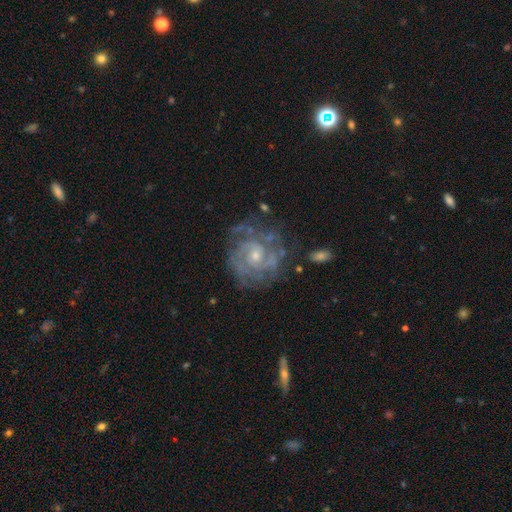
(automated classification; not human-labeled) Smooth or featured? Predicted: featured or disk (p=0.85). Edge-on disk? Predicted: no (p=0.98). Bar? Predicted: no (p=0.71). Spiral arms? Predicted: yes (p=0.92). Spiral winding? Predicted: tight (p=0.67). Spiral arm count? Predicted: can't tell (p=0.34). Bulge size? Predicted: small (p=0.59). Merging? Predicted: none (p=0.68).